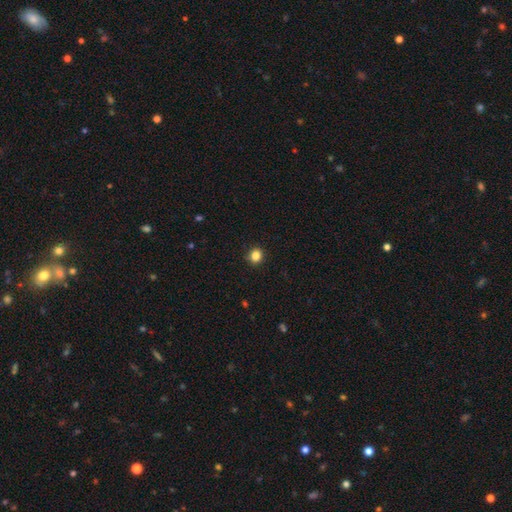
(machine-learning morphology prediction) This appears to be a smooth galaxy with no disk features (85%) that is round (83%). Merging: none (91%).